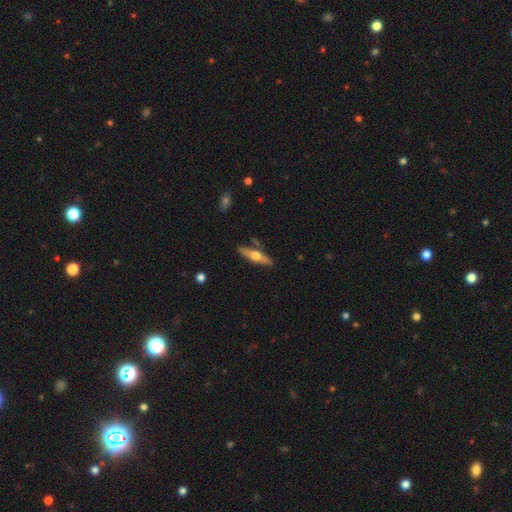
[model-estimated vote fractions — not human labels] Smooth or featured?
  - featured or disk: 53% *
  - smooth: 42%
  - star or artifact: 6%
Edge-on disk?
  - yes: 92% *
  - no: 8%
Merging?
  - none: 82% *
  - minor disturbance: 11%
  - merger: 4%
  - major disturbance: 2%